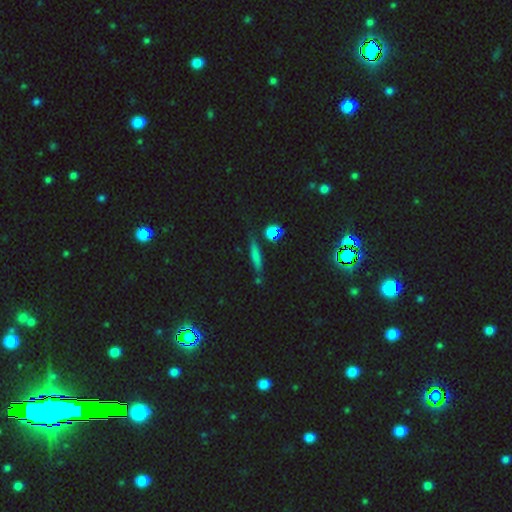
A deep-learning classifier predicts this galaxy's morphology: This appears to be a smooth galaxy with no disk features (61%) that is cigar-shaped (79%). Merging: none (77%).